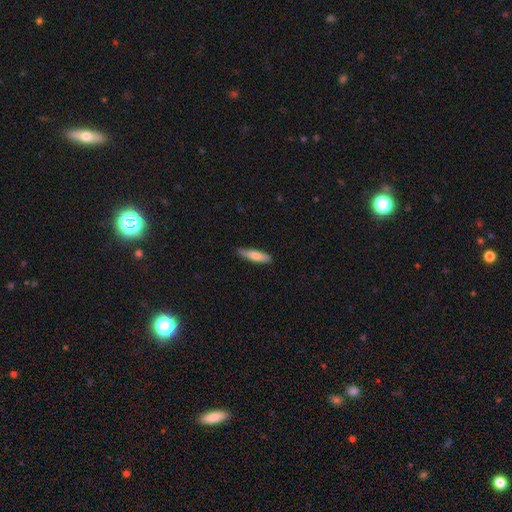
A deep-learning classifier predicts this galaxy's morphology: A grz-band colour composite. It shows a smooth galaxy with no disk features (72%) that is cigar-shaped (74%). Merging: none (79%).